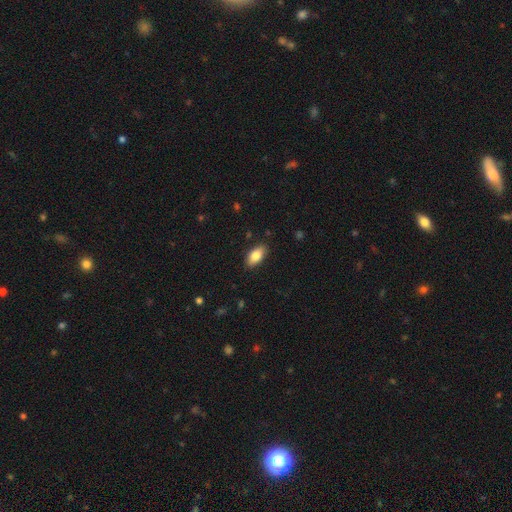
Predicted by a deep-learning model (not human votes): Smooth or featured: smooth — 83% (featured or disk — 10%)
How rounded: in between — 92% (cigar-shaped — 5%)
Merging: none — 88% (minor disturbance — 9%)